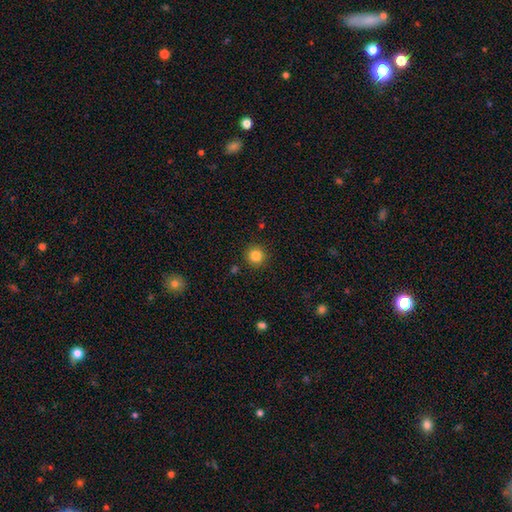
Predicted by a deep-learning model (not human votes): A smooth galaxy with no disk features (85%) that is round (94%).

Vote fractions:
- Smooth or featured? smooth: 85% / star or artifact: 11% / featured or disk: 4%
- How rounded? round: 94% / in between: 5% / cigar-shaped: 1%
- Merging? none: 90% / minor disturbance: 6% / major disturbance: 2% / merger: 2%